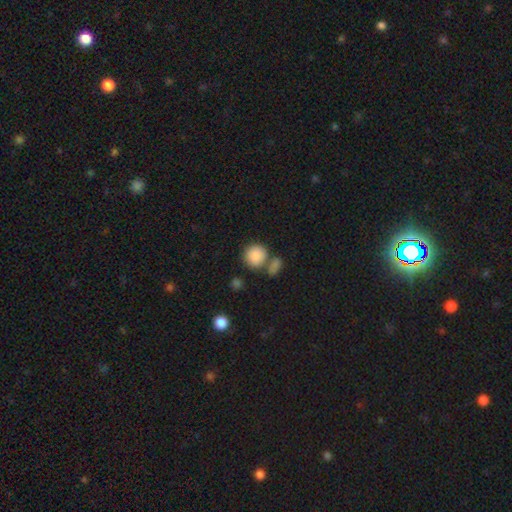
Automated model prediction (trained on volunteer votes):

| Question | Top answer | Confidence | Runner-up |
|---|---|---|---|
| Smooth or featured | smooth | 86% | star or artifact (8%) |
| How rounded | round | 87% | in between (12%) |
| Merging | none | 60% | merger (25%) |